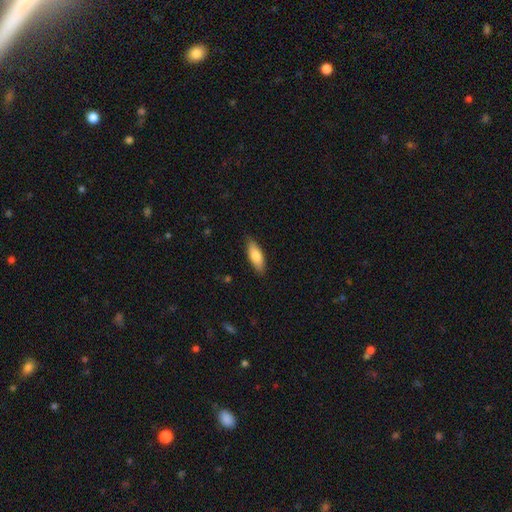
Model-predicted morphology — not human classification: A smooth galaxy with no disk features (78%) that is in between round and cigar-shaped (67%). Merging: none (84%).